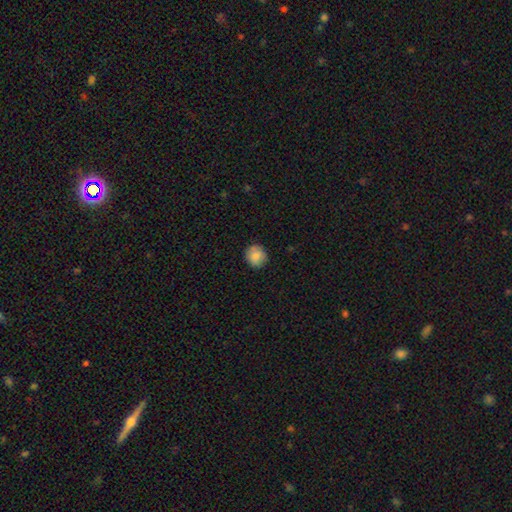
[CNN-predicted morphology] The model was most divided on "merging": none: 86%, minor disturbance: 11%, major disturbance: 2%, merger: 1%. More confident: how rounded — round (89%); smooth or featured — smooth (84%).